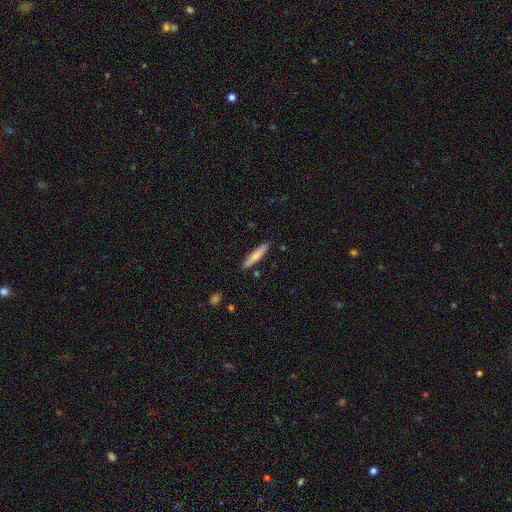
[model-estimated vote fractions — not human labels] A smooth galaxy with no disk features (72%) that is cigar-shaped (88%).

Vote fractions:
- Smooth or featured? smooth: 72% / featured or disk: 22% / star or artifact: 6%
- How rounded? cigar-shaped: 88% / in between: 10% / round: 1%
- Merging? none: 86% / minor disturbance: 10% / merger: 2% / major disturbance: 2%